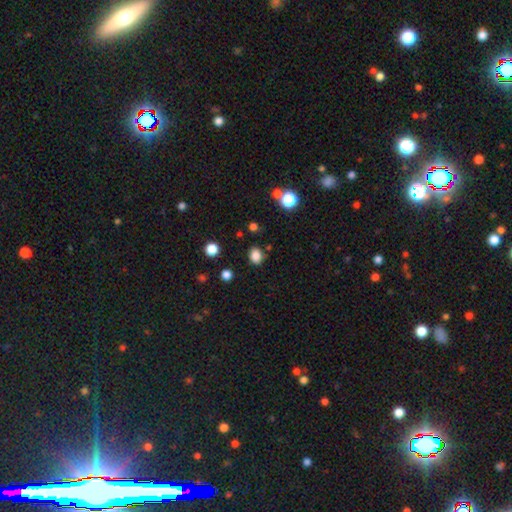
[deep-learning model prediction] The model was most divided on "how rounded": in between: 51%, round: 48%, cigar-shaped: 1%. More confident: smooth or featured — smooth (84%); merging — none (82%).